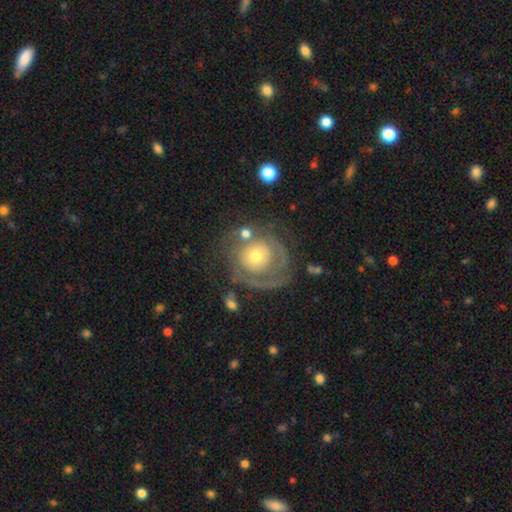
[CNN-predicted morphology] smooth-or-featured: featured or disk: 68% | smooth: 25% | star or artifact: 7%
  disk-edge-on: no: 97% | yes: 3%
    bar: no: 86% | weak: 11% | strong: 3%
    has-spiral-arms: yes: 64% | no: 36%
    bulge-size: moderate: 50% | small: 40% | large: 6% | dominant: 1% | none: 1%
  merging: none: 56% | major disturbance: 20% | minor disturbance: 19% | merger: 6%